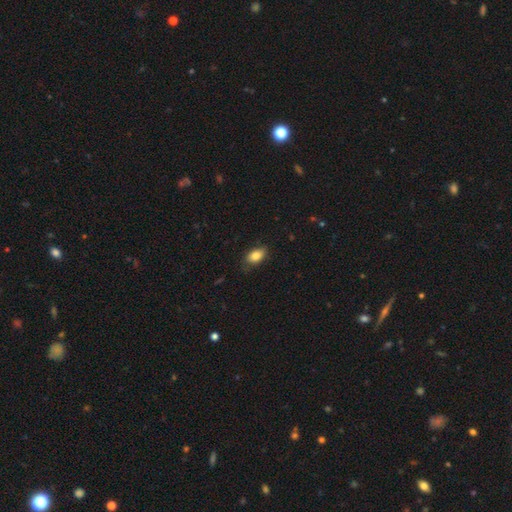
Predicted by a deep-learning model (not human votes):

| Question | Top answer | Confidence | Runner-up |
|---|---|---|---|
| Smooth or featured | smooth | 84% | featured or disk (9%) |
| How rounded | in between | 89% | round (9%) |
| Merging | none | 77% | minor disturbance (18%) |